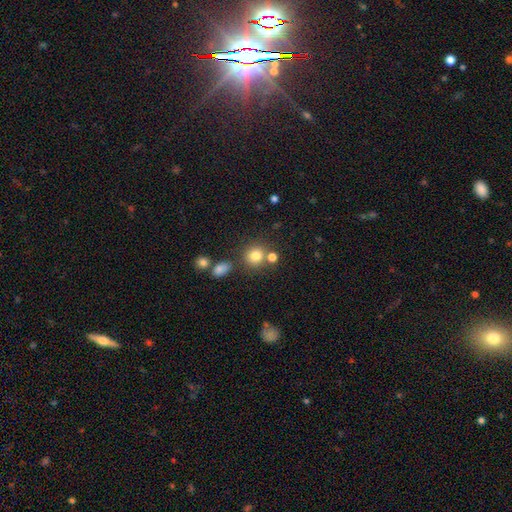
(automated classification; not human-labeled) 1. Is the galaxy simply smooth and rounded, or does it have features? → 79% smooth, 13% star or artifact, 8% featured or disk.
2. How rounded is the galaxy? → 87% round, 12% in between, 1% cigar-shaped.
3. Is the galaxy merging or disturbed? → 70% none, 16% merger, 10% minor disturbance, 4% major disturbance.